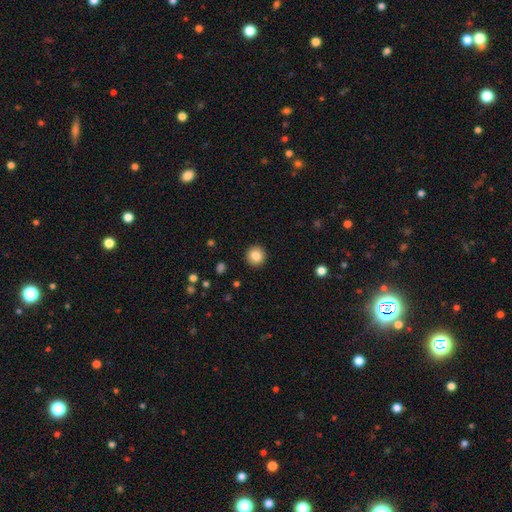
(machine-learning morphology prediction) Overall: smooth (86%). How rounded: round (93%). Merging: none (93%).